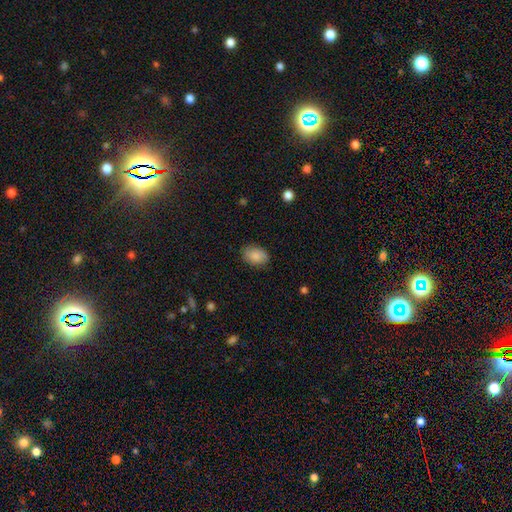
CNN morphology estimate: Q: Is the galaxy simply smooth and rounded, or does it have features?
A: smooth — 82%.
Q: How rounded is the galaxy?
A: in between — 82%.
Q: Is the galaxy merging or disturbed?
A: none — 82%.